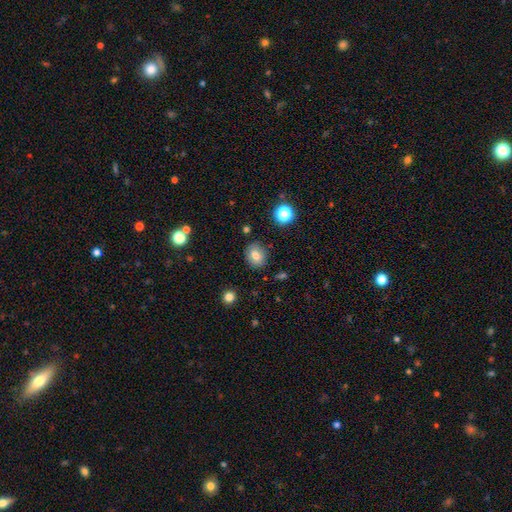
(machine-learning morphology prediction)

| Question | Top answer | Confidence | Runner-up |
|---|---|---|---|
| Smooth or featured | smooth | 75% | featured or disk (13%) |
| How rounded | round | 58% | in between (41%) |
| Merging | none | 83% | minor disturbance (11%) |